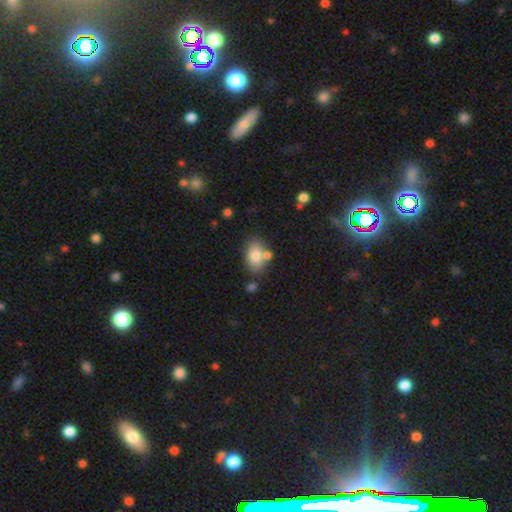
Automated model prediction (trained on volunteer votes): Smooth or featured? smooth (79%)
How rounded? in between (86%)
Merging? none (65%)